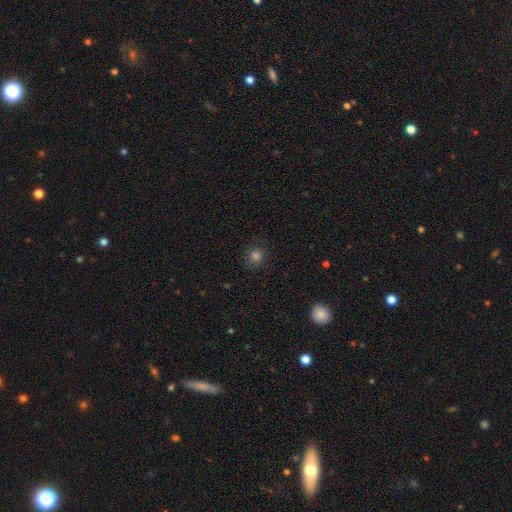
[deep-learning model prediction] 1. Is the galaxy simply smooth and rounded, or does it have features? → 79% smooth, 16% star or artifact, 5% featured or disk.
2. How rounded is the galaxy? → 82% round, 17% in between, 1% cigar-shaped.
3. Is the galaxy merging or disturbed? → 85% none, 11% minor disturbance, 3% major disturbance, 1% merger.